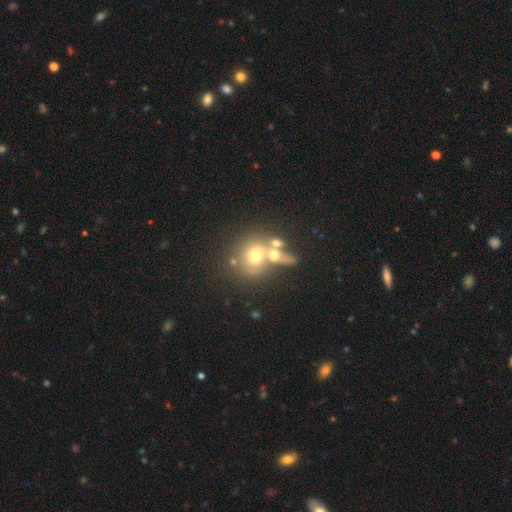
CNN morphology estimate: This is possibly a smooth galaxy (59%). How rounded: likely round (75%). Merging: possibly merger (46%).